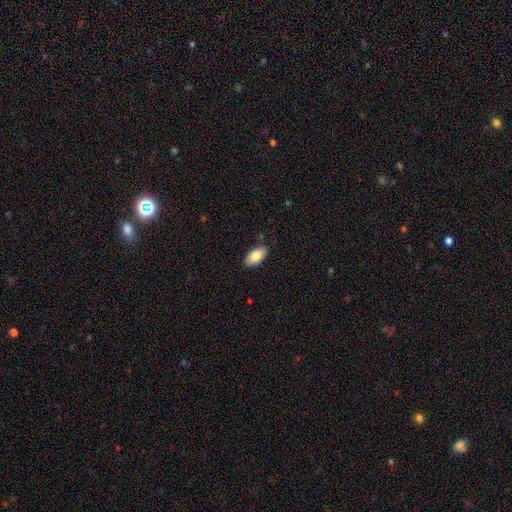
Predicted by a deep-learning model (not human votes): smooth-or-featured: smooth: 84% | featured or disk: 9% | star or artifact: 7%
  how-rounded: in between: 94% | cigar-shaped: 3% | round: 3%
  merging: none: 84% | minor disturbance: 12% | major disturbance: 2% | merger: 1%